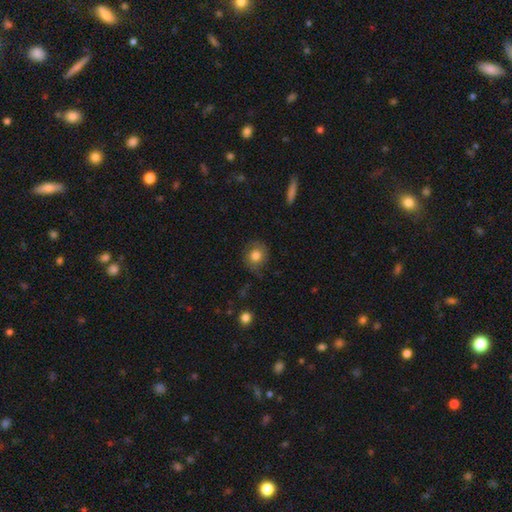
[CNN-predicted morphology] smooth 77%, featured or disk 14%, star or artifact 9%. Down the decision tree: how rounded — round (82%); merging — none (78%).